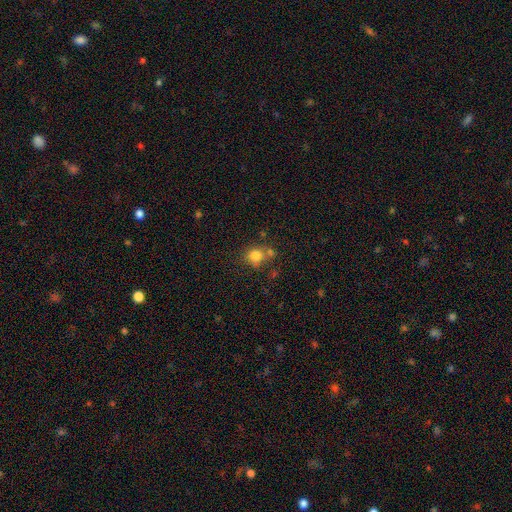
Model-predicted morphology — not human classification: Q: Smooth or featured?
A: smooth (79%); runner-up: star or artifact (12%)
Q: How rounded?
A: round (72%); runner-up: in between (27%)
Q: Merging?
A: none (60%); runner-up: merger (18%)